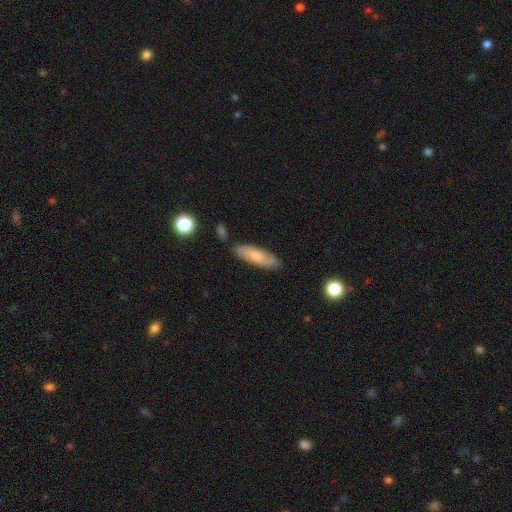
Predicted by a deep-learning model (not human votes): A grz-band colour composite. It shows a smooth galaxy with no disk features (73%) that is cigar-shaped (55%). Merging: none (81%).